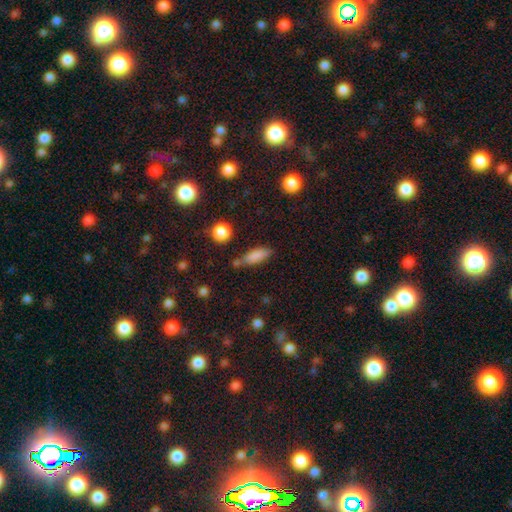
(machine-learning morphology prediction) The model was most divided on "how rounded": in between: 59%, cigar-shaped: 37%, round: 4%. More confident: smooth or featured — smooth (82%); merging — none (67%).